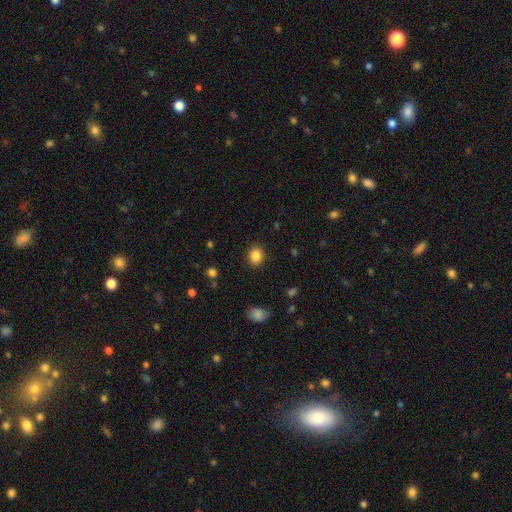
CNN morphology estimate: Smooth or featured? Predicted: smooth (p=0.85). How rounded? Predicted: round (p=0.71). Merging? Predicted: none (p=0.89).